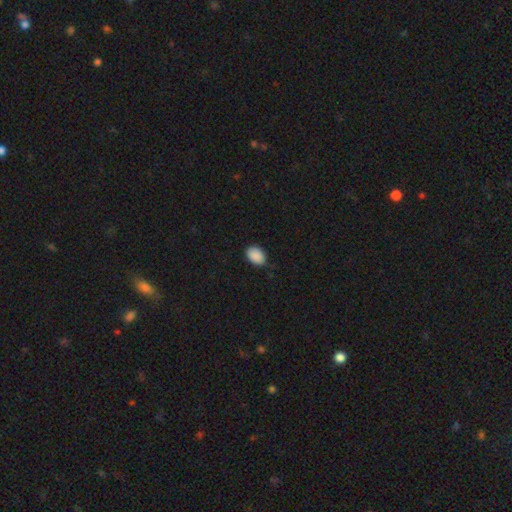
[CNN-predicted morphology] Smooth or featured? Predicted: smooth (p=0.90). How rounded? Predicted: in between (p=0.84). Merging? Predicted: none (p=0.86).